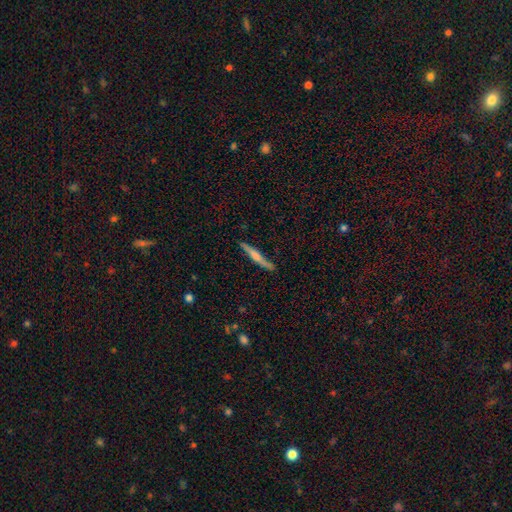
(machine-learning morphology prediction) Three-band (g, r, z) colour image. It shows a featured or disk galaxy (49%). Merging: none (81%).